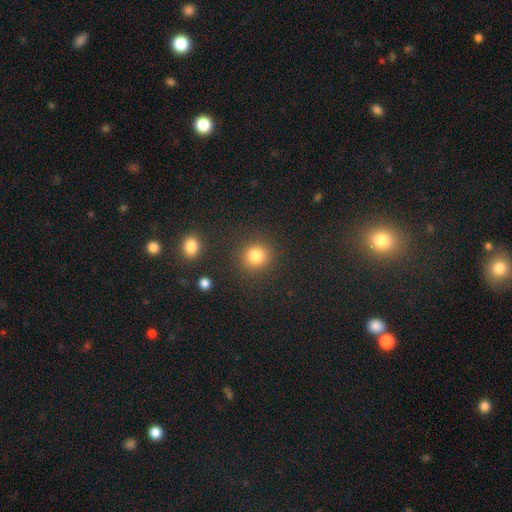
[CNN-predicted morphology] smooth_or_featured: smooth (p=0.82) [alt: star or artifact p=0.12]
how_rounded: round (p=0.88) [alt: in between p=0.11]
merging: none (p=0.87) [alt: minor disturbance p=0.07]